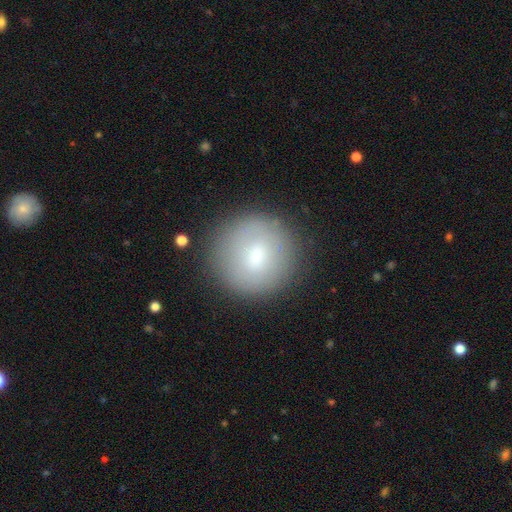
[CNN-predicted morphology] Q: Smooth or featured?
A: smooth (71%); runner-up: featured or disk (20%)
Q: How rounded?
A: round (94%); runner-up: in between (5%)
Q: Merging?
A: none (86%); runner-up: minor disturbance (9%)